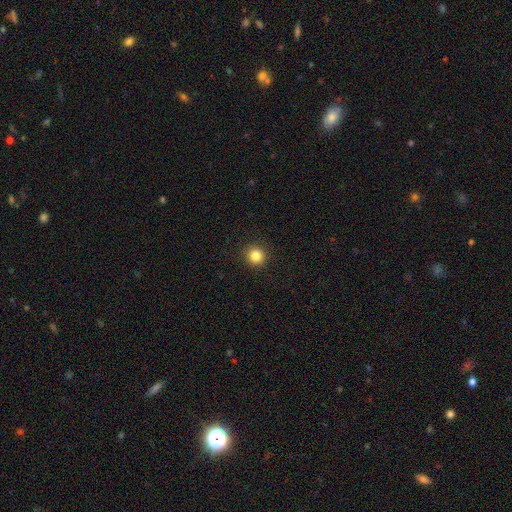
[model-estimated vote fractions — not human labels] smooth-or-featured: smooth: 84% | star or artifact: 11% | featured or disk: 5%
  how-rounded: round: 93% | in between: 6% | cigar-shaped: 1%
  merging: none: 92% | minor disturbance: 5% | major disturbance: 2% | merger: 1%